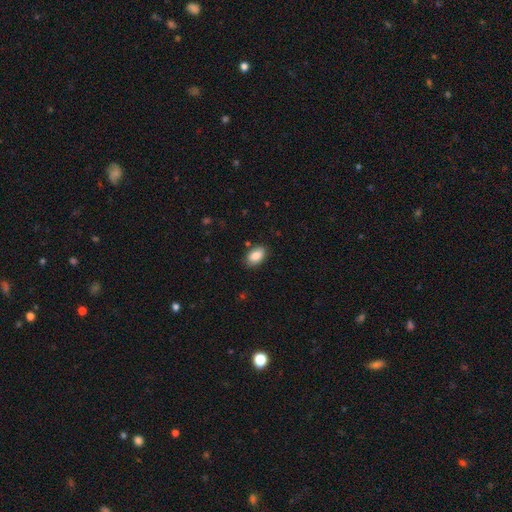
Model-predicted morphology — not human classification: Q: Smooth or featured?
A: smooth (86%); runner-up: star or artifact (7%)
Q: How rounded?
A: in between (90%); runner-up: round (8%)
Q: Merging?
A: none (85%); runner-up: minor disturbance (11%)